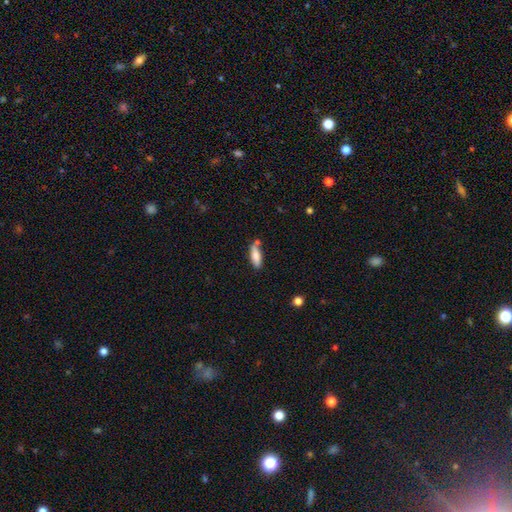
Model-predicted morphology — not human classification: smooth-or-featured: smooth: 79% | featured or disk: 15% | star or artifact: 7%
  how-rounded: in between: 53% | cigar-shaped: 45% | round: 2%
  merging: none: 63% | minor disturbance: 19% | merger: 14% | major disturbance: 4%